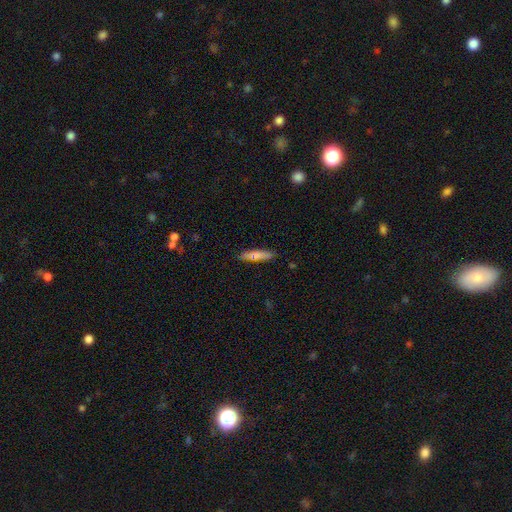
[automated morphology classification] Smooth or featured? smooth (72%)
How rounded? cigar-shaped (80%)
Merging? none (84%)